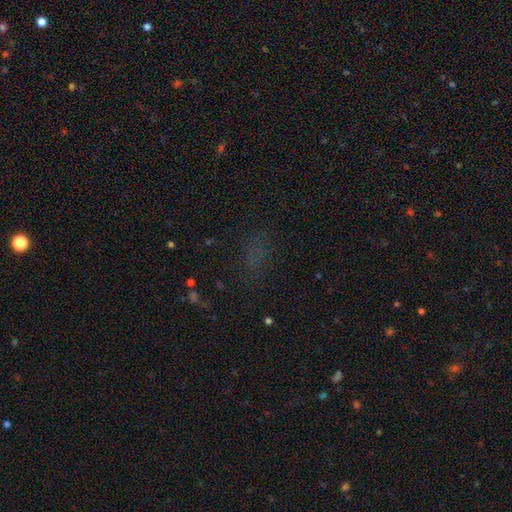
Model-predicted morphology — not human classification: Smooth or featured? star or artifact (44%, tied with smooth)